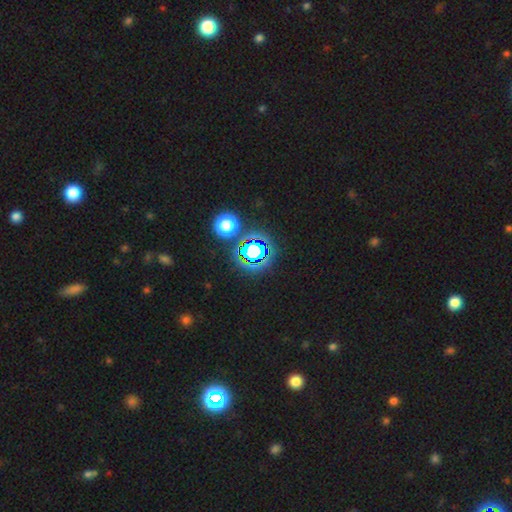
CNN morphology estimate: Smooth or featured: star or artifact — 72% (smooth — 20%)